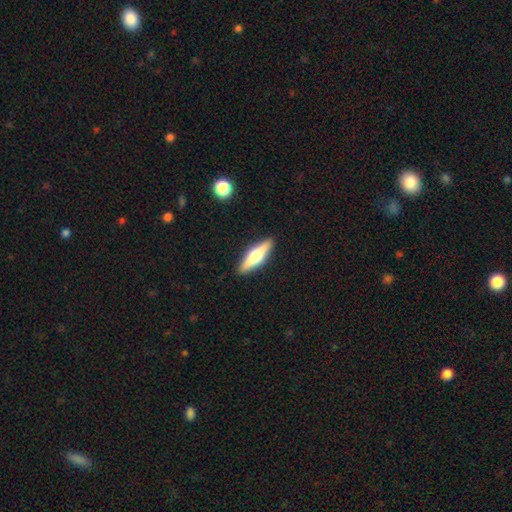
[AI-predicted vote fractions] Smooth or featured: featured or disk — 51% (smooth — 43%)
Edge-on disk: yes — 94% (no — 6%)
Merging: none — 90% (minor disturbance — 7%)